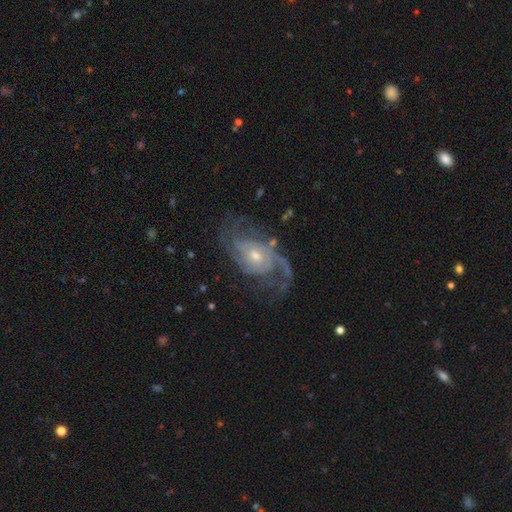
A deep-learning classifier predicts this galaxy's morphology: featured or disk 88%, smooth 6%, star or artifact 6%. Down the decision tree: edge-on disk — no (97%); bar — no (67%); spiral arms — yes (96%); spiral arm count — 2 (44%); spiral winding — medium (43%); bulge size — moderate (50%); merging — none (62%).